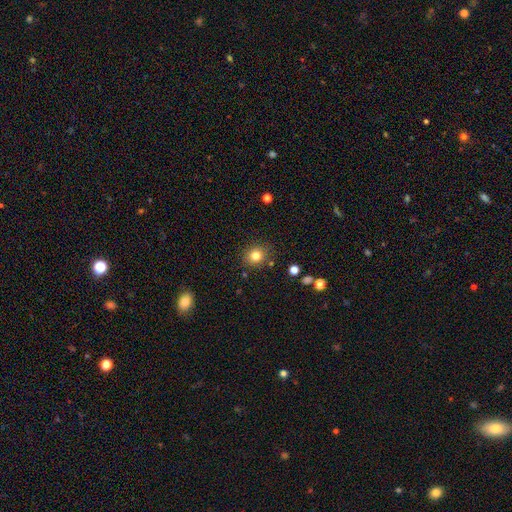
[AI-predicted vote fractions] This is clearly a smooth galaxy (81%). How rounded: clearly round (82%). Merging: clearly none (86%).